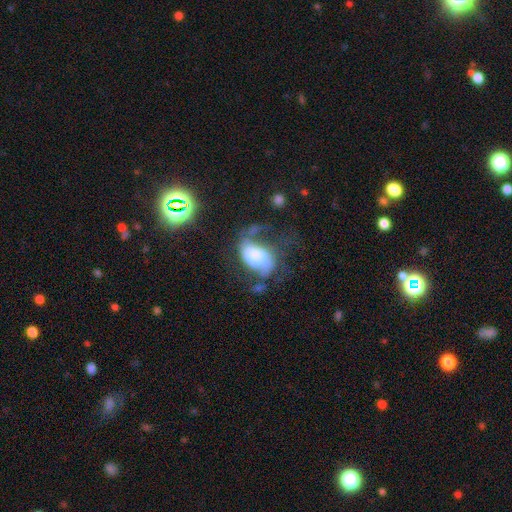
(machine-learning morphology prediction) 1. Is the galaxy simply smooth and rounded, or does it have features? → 56% featured or disk, 35% smooth, 9% star or artifact.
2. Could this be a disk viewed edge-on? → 96% no, 4% yes.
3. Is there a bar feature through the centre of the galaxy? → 47% no, 37% weak, 16% strong.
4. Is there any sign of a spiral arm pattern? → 68% yes, 32% no.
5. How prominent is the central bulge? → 36% moderate, 27% small, 21% large, 11% none, 5% dominant.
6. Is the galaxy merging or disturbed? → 45% major disturbance, 25% none, 21% minor disturbance, 10% merger.